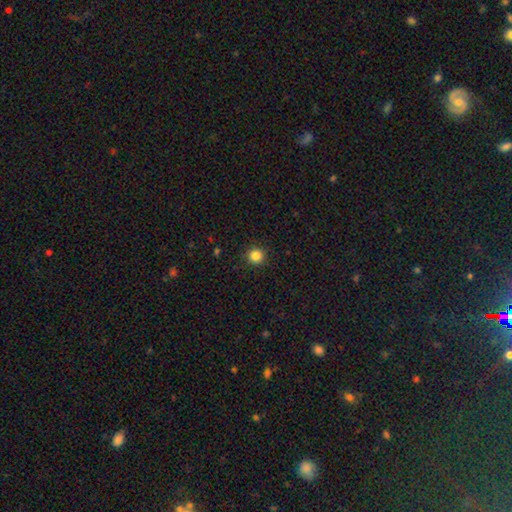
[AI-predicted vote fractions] Morphology: type=smooth (85%); roundness=round (94%); merging=none (92%).